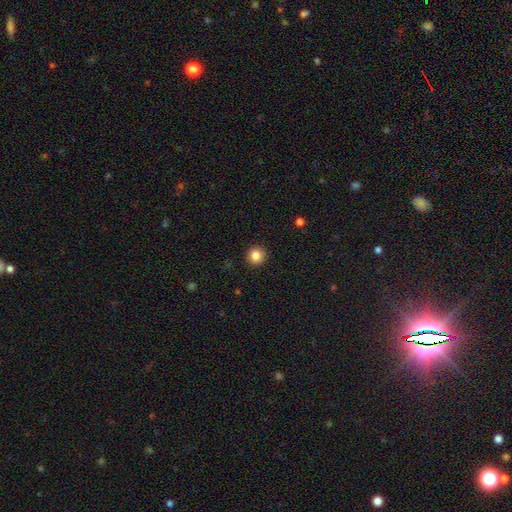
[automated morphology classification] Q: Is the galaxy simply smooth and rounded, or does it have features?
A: smooth — 85%.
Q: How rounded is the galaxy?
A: round — 94%.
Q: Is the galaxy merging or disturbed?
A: none — 93%.